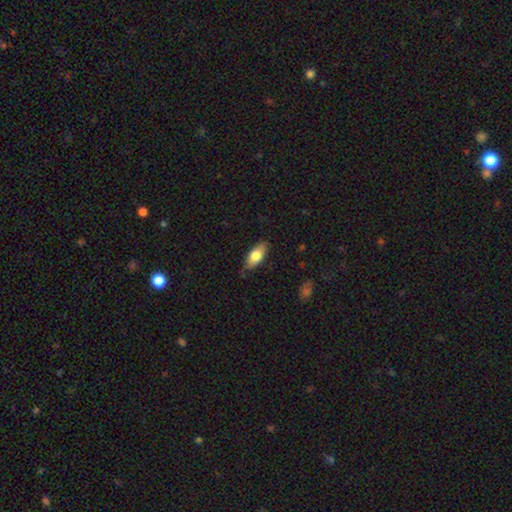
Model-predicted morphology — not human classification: type=smooth (71%); roundness=in between (82%); merging=none (76%).